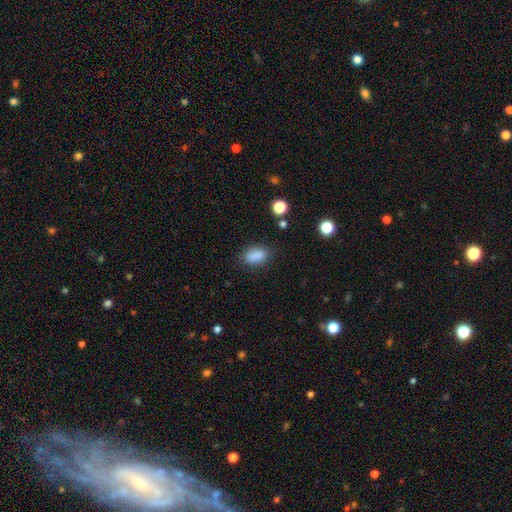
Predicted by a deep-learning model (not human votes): A smooth galaxy with no disk features (86%) that is in between round and cigar-shaped (84%). Merging: none (81%).